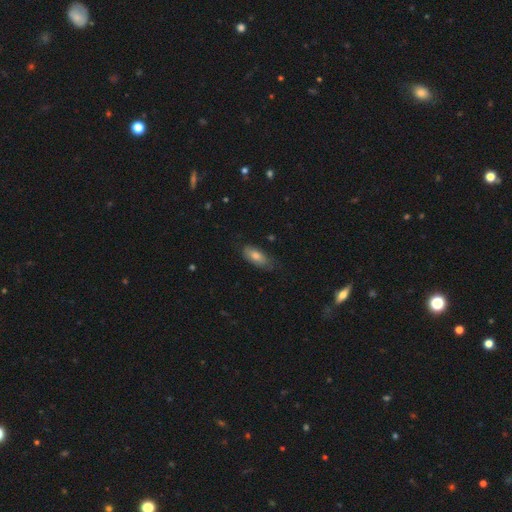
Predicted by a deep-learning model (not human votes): Smooth or featured? smooth (71%)
How rounded? in between (82%)
Merging? none (69%)